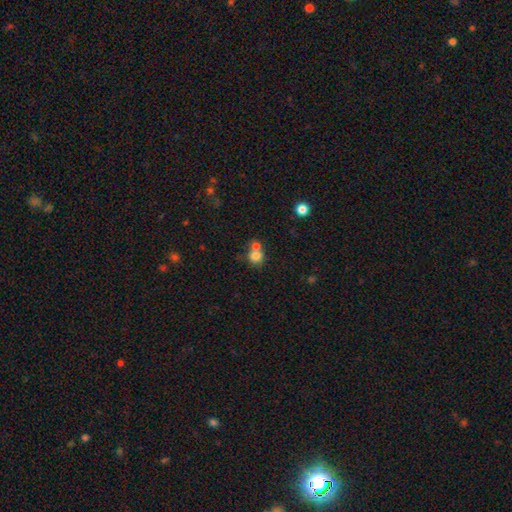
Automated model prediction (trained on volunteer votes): This is likely a smooth galaxy (79%). How rounded: clearly round (80%). Merging: possibly merger (45%).